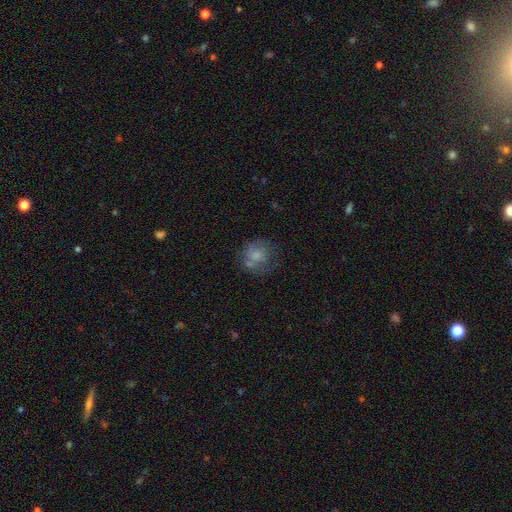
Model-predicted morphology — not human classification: A smooth galaxy with no disk features (63%) that is round (78%). Merging: none (53%).